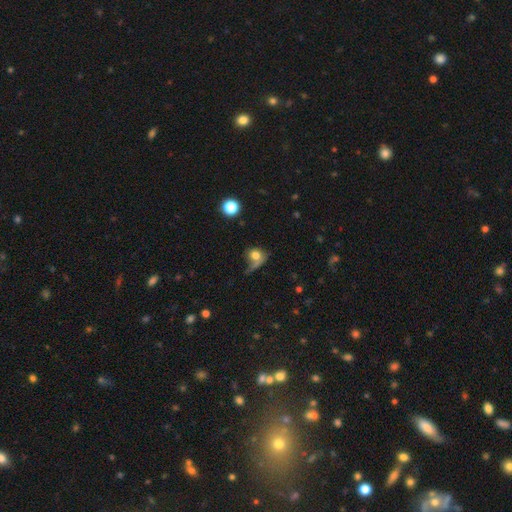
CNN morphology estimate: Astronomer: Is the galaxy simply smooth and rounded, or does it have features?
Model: smooth — 72%.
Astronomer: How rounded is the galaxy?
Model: round — 69%.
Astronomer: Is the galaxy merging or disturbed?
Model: none — 37% (runner-up: major disturbance, 27%).